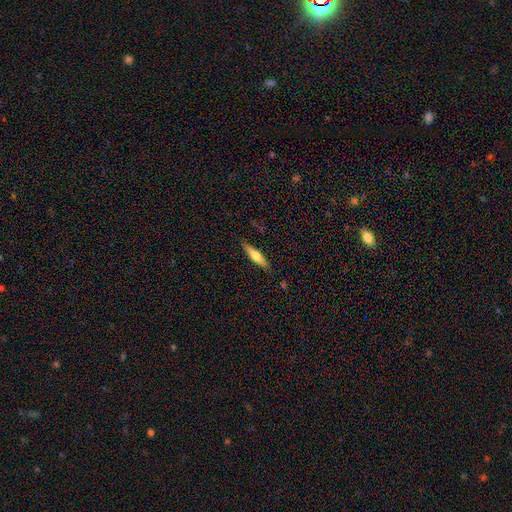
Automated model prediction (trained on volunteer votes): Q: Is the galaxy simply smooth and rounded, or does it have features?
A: smooth — 57%.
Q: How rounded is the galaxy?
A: cigar-shaped — 77%.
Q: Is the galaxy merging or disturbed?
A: none — 87%.